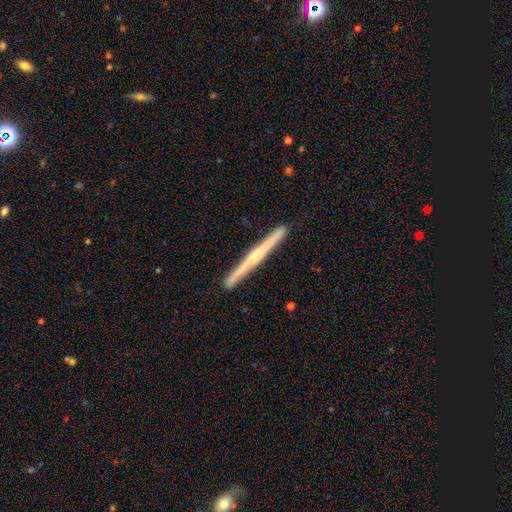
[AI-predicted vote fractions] A featured or disk galaxy (71%) viewed edge-on (98%) with a rounded central bulge (55%). Merging: none (92%).